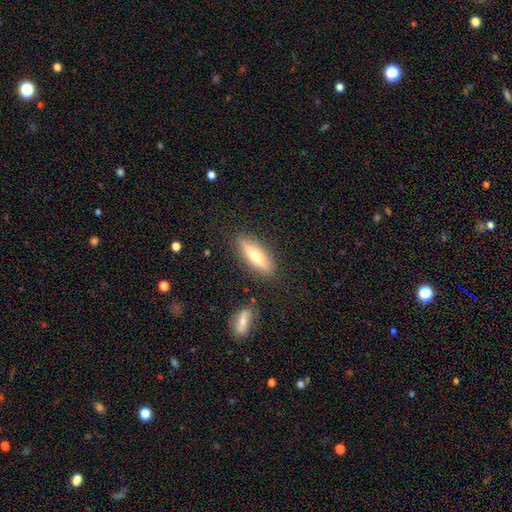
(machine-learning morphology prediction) Q: Smooth or featured?
A: featured or disk (53%); runner-up: smooth (40%)
Q: Edge-on disk?
A: yes (88%); runner-up: no (12%)
Q: Merging?
A: none (85%); runner-up: minor disturbance (10%)